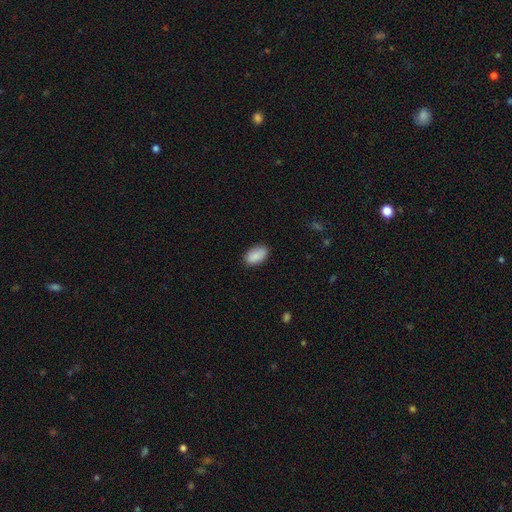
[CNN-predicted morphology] Smooth or featured? Predicted: smooth (p=0.89). How rounded? Predicted: in between (p=0.94). Merging? Predicted: none (p=0.85).